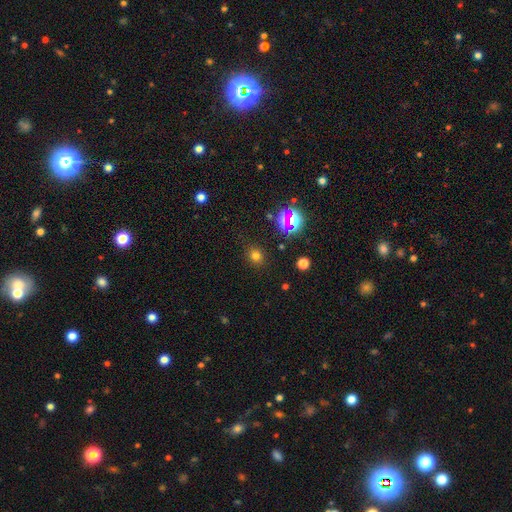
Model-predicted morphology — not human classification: Smooth or featured?
  - smooth: 67% *
  - star or artifact: 26%
  - featured or disk: 7%
How rounded?
  - round: 76% *
  - in between: 23%
  - cigar-shaped: 1%
Merging?
  - none: 85% *
  - minor disturbance: 9%
  - major disturbance: 4%
  - merger: 2%